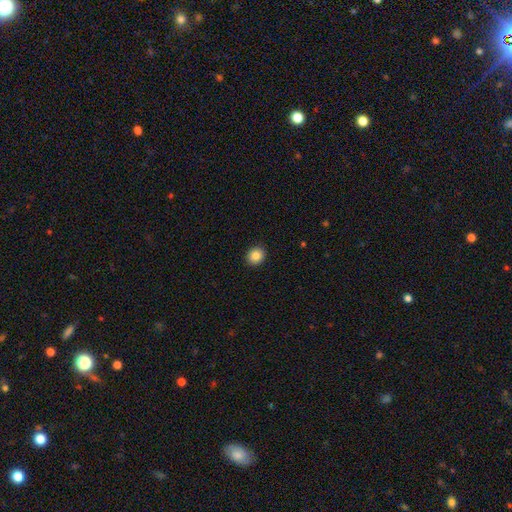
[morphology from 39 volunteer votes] A smooth galaxy with no disk features (92%) that is round (83%). Merging: none (100%).